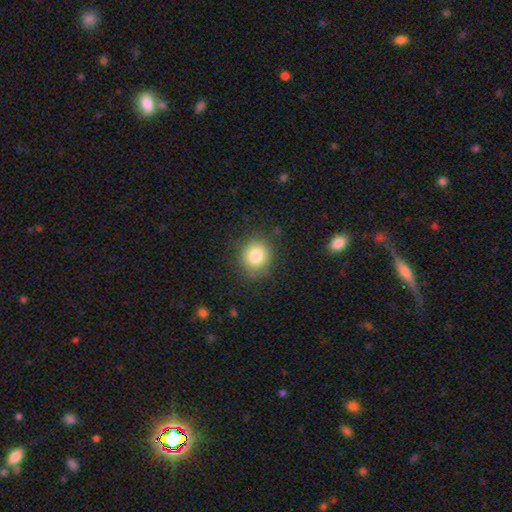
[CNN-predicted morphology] A smooth galaxy with no disk features (82%) that is round (86%).

Vote fractions:
- Smooth or featured? smooth: 82% / star or artifact: 10% / featured or disk: 8%
- How rounded? round: 86% / in between: 13% / cigar-shaped: 1%
- Merging? none: 85% / minor disturbance: 11% / major disturbance: 3% / merger: 1%